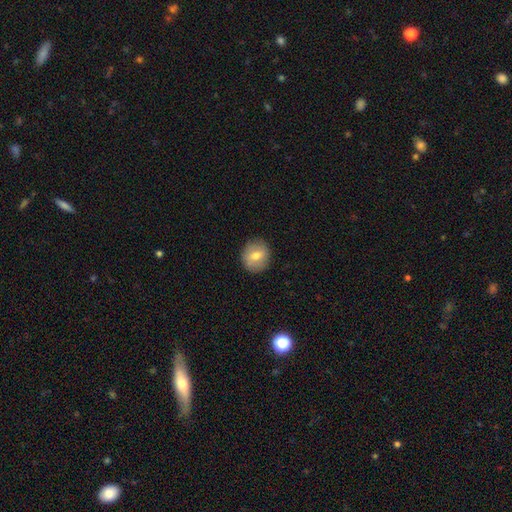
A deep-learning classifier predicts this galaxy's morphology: Q: Smooth or featured?
A: smooth (67%); runner-up: featured or disk (25%)
Q: How rounded?
A: round (86%); runner-up: in between (13%)
Q: Merging?
A: none (89%); runner-up: minor disturbance (8%)